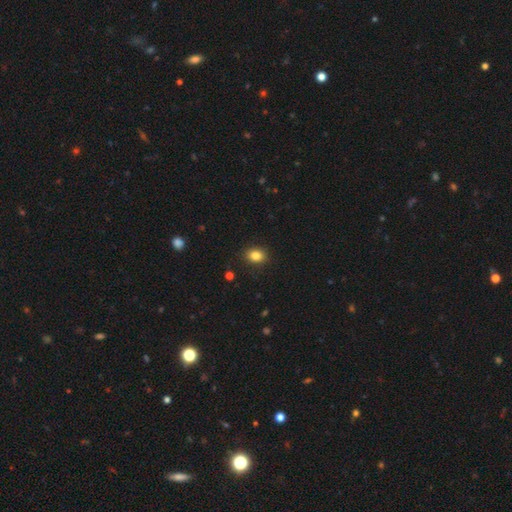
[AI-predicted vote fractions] smooth-or-featured: smooth: 85% | star or artifact: 10% | featured or disk: 5%
  how-rounded: in between: 62% | round: 37% | cigar-shaped: 1%
  merging: none: 89% | minor disturbance: 8% | major disturbance: 2% | merger: 1%